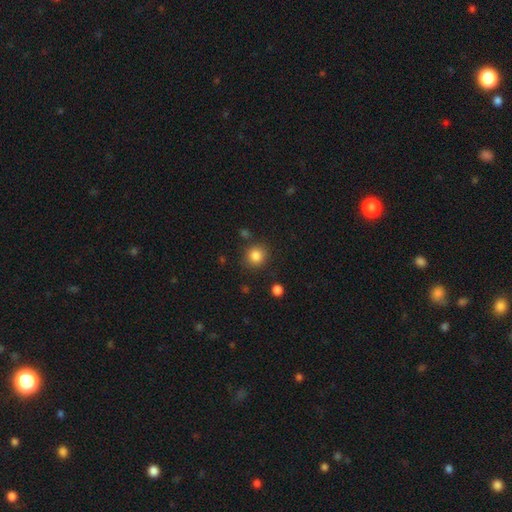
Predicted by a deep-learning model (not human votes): Smooth or featured?
  - smooth: 84% *
  - star or artifact: 11%
  - featured or disk: 5%
How rounded?
  - round: 87% *
  - in between: 12%
  - cigar-shaped: 1%
Merging?
  - none: 85% *
  - minor disturbance: 9%
  - merger: 3%
  - major disturbance: 3%